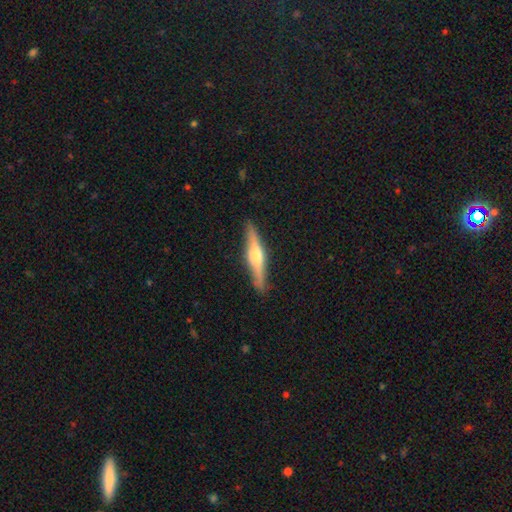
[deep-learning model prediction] A featured or disk galaxy (66%) viewed edge-on (97%) with a rounded central bulge (90%).

Vote fractions:
- Smooth or featured? featured or disk: 66% / smooth: 29% / star or artifact: 5%
- Edge-on disk? yes: 97% / no: 3%
- Edge-on bulge? rounded: 90% / boxy: 6% / none: 4%
- Merging? none: 89% / minor disturbance: 8% / major disturbance: 2% / merger: 1%